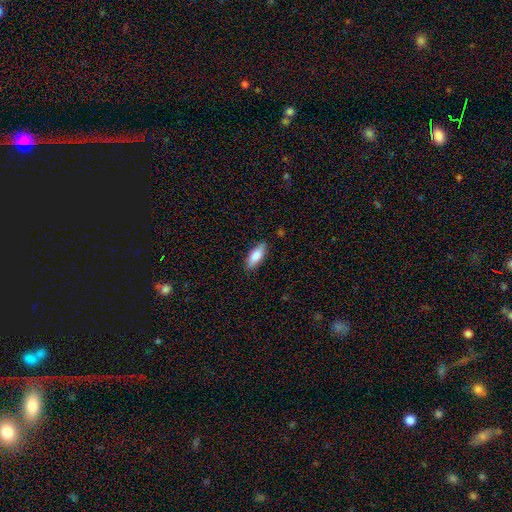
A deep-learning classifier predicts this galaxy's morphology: This is clearly a smooth galaxy (81%). How rounded: likely in between (75%). Merging: clearly none (84%).